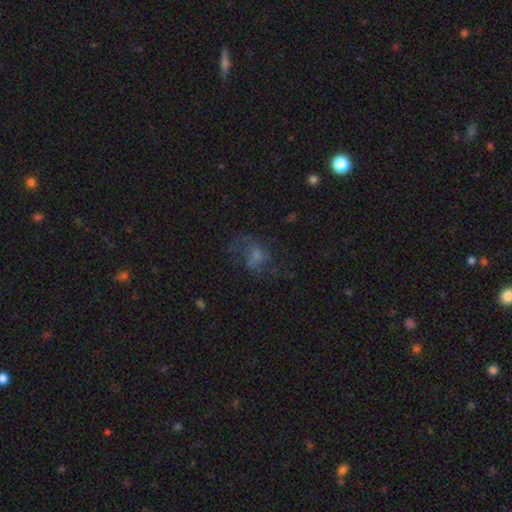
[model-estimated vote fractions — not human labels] This is marginally a smooth galaxy (41%). Merging: marginally none (42%).